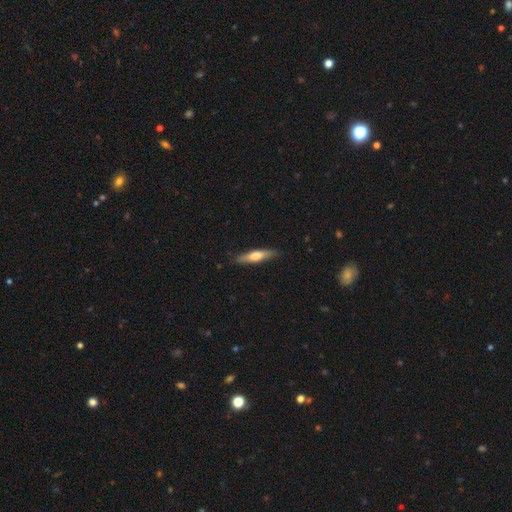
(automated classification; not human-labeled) Smooth or featured?
  - smooth: 55% *
  - featured or disk: 40%
  - star or artifact: 5%
How rounded?
  - cigar-shaped: 81% *
  - in between: 17%
  - round: 2%
Merging?
  - none: 87% *
  - minor disturbance: 10%
  - major disturbance: 2%
  - merger: 1%